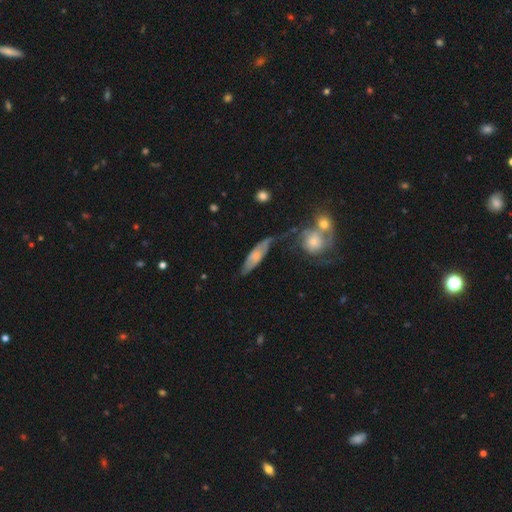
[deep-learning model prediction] This appears to be a featured or disk galaxy (49%). Merging: none (49%).